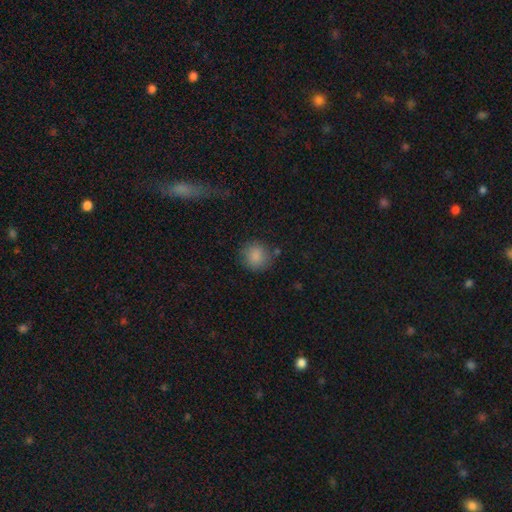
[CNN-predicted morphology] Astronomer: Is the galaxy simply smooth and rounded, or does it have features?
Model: smooth — 87%.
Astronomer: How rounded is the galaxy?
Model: round — 90%.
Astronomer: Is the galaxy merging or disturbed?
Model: none — 80%.